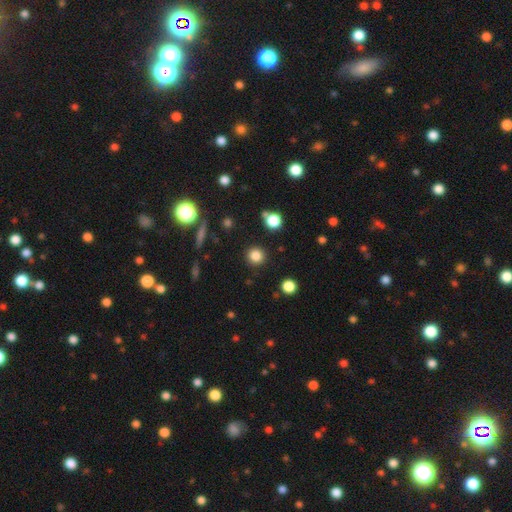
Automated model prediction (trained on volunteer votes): Smooth or featured? smooth (83%)
How rounded? round (93%)
Merging? none (90%)